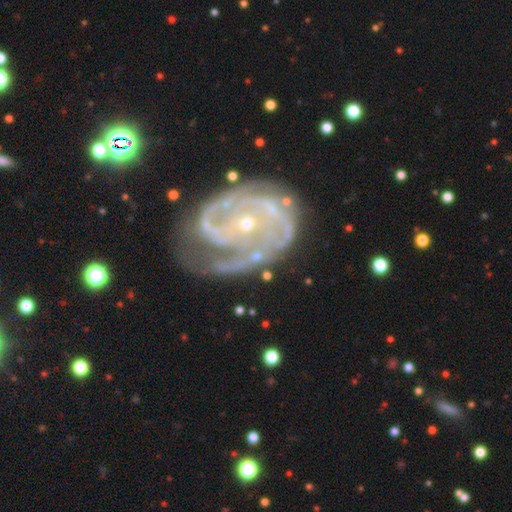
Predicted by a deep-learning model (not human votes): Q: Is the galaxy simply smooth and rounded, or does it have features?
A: featured or disk — 90%.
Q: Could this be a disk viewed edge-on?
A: no — 98%.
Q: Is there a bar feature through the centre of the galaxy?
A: no — 66%.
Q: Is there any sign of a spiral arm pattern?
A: yes — 97%.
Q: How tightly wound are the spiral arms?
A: tight — 52%.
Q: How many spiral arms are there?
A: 2 — 51%.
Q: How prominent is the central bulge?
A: small — 80%.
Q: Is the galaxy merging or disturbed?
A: none — 55%.